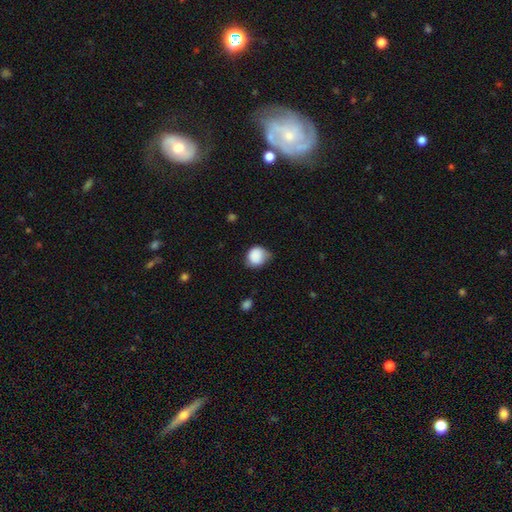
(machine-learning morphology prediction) Q: Smooth or featured?
A: smooth (86%); runner-up: star or artifact (8%)
Q: How rounded?
A: round (74%); runner-up: in between (25%)
Q: Merging?
A: none (49%); runner-up: minor disturbance (38%)